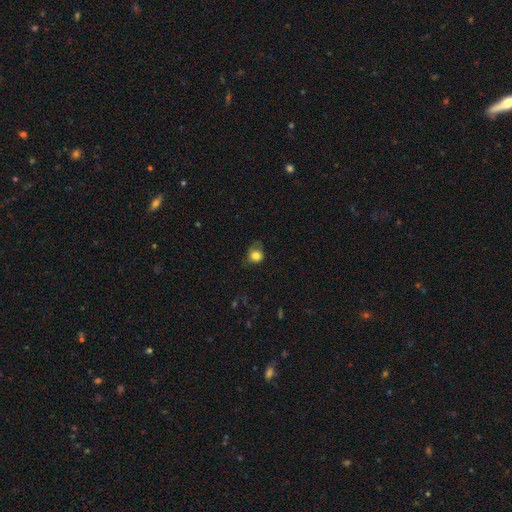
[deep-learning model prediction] Smooth or featured?
  - smooth: 81% *
  - star or artifact: 11%
  - featured or disk: 9%
How rounded?
  - round: 75% *
  - in between: 24%
  - cigar-shaped: 1%
Merging?
  - none: 55% *
  - minor disturbance: 31%
  - major disturbance: 13%
  - merger: 1%